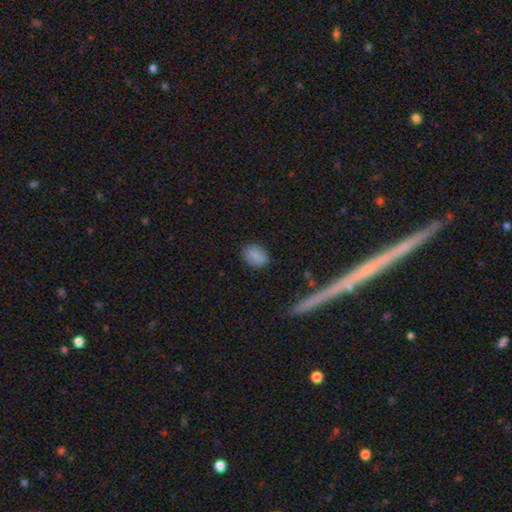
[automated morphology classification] Smooth or featured: smooth — 83% (star or artifact — 9%)
How rounded: in between — 65% (round — 33%)
Merging: none — 82% (minor disturbance — 13%)